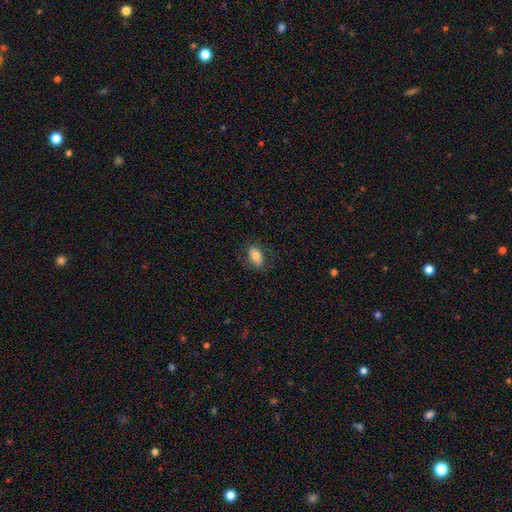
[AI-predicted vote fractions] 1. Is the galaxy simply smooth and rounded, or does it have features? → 77% smooth, 15% featured or disk, 8% star or artifact.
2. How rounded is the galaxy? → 88% in between, 8% round, 3% cigar-shaped.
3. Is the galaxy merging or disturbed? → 80% none, 15% minor disturbance, 4% major disturbance, 1% merger.